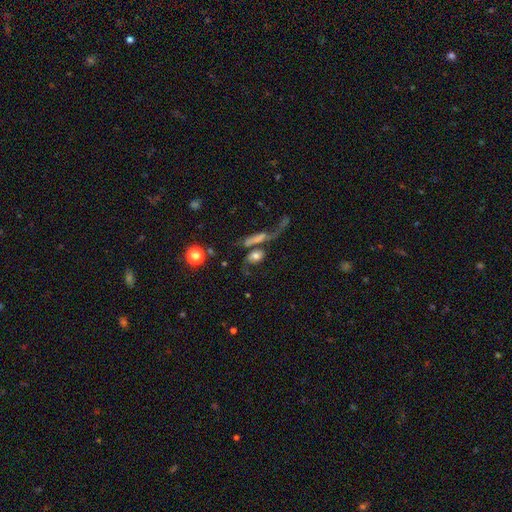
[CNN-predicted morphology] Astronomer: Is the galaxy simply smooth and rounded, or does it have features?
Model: smooth — 58%.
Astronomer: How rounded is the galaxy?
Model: in between — 71%.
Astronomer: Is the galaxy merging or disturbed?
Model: merger — 40% (runner-up: none, 30%).